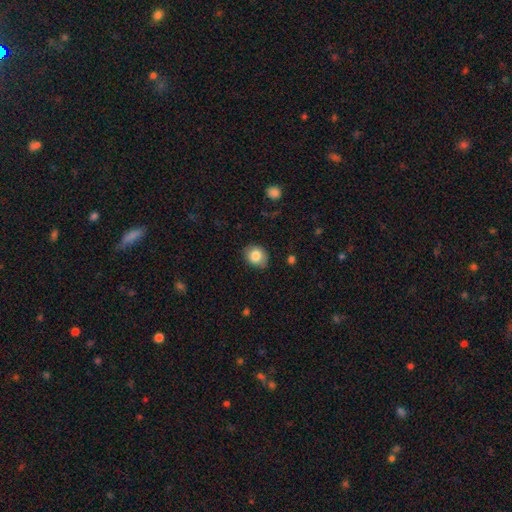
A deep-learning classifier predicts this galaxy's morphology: Smooth or featured?
  - smooth: 83% *
  - featured or disk: 9%
  - star or artifact: 9%
How rounded?
  - round: 55% *
  - in between: 44%
  - cigar-shaped: 1%
Merging?
  - none: 80% *
  - minor disturbance: 16%
  - major disturbance: 3%
  - merger: 1%